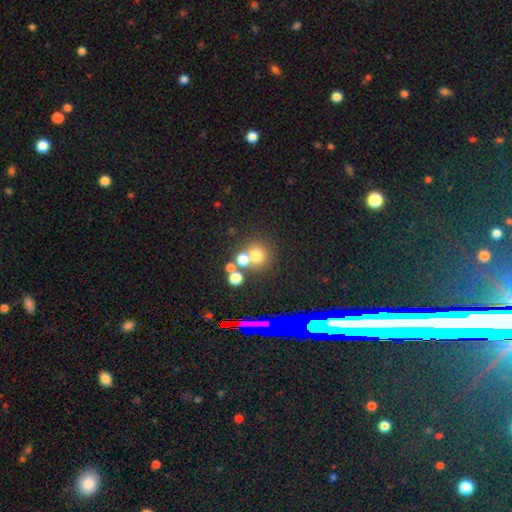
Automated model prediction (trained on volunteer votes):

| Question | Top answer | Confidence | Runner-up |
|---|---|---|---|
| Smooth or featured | smooth | 67% | star or artifact (22%) |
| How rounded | round | 84% | in between (15%) |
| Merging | none | 54% | merger (34%) |